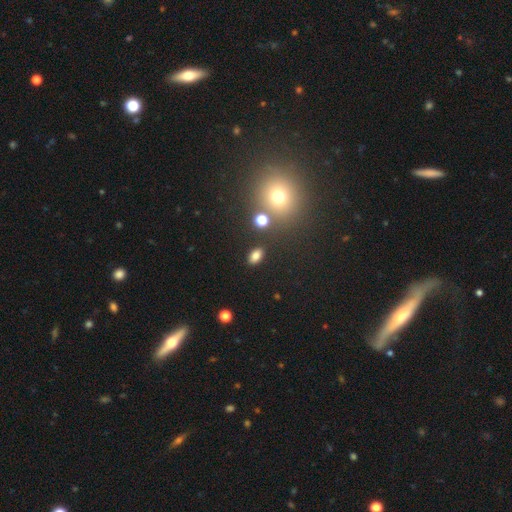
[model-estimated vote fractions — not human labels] Overall: smooth (80%). How rounded: in between (86%). Merging: none (85%).